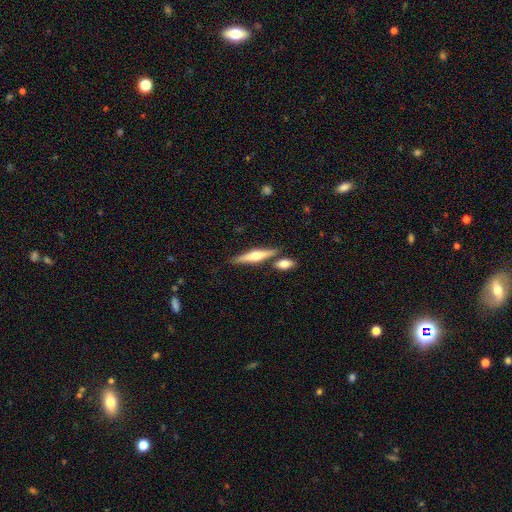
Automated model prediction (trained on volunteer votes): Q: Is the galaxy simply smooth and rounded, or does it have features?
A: featured or disk — 60%.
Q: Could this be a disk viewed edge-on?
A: yes — 96%.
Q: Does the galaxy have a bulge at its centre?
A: rounded — 90%.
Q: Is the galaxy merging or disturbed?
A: none — 74%.